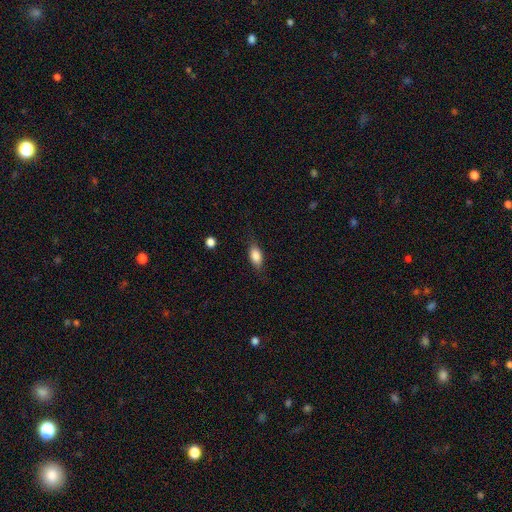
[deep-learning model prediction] This appears to be a smooth galaxy with no disk features (81%) that is in between round and cigar-shaped (84%). Merging: none (76%).